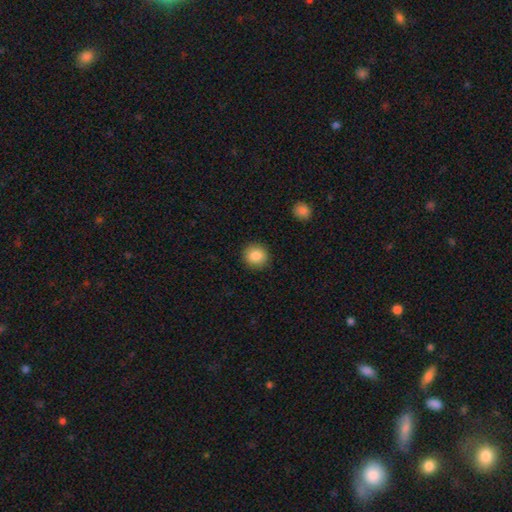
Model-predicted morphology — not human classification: This appears to be a smooth galaxy with no disk features (86%) that is round (89%). Merging: none (91%).